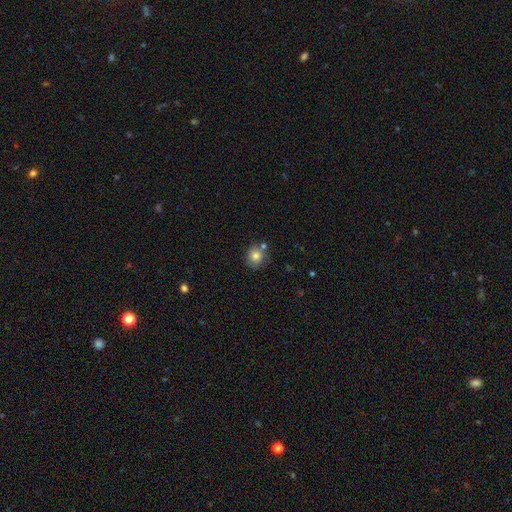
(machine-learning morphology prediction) Overall: smooth (81%). How rounded: round (83%). Merging: none (72%).